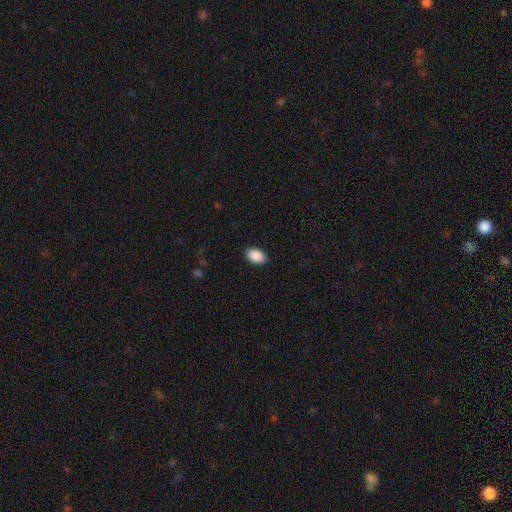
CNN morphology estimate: The model was most divided on "how rounded": in between: 85%, round: 14%, cigar-shaped: 1%. More confident: smooth or featured — smooth (90%); merging — none (86%).